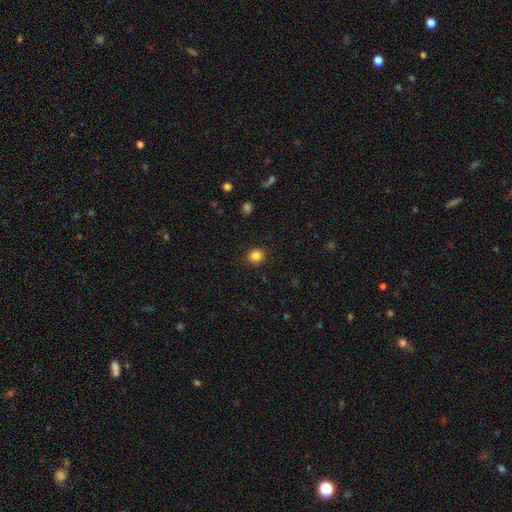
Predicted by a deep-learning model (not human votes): Smooth or featured? Predicted: smooth (p=0.84). How rounded? Predicted: round (p=0.79). Merging? Predicted: none (p=0.89).